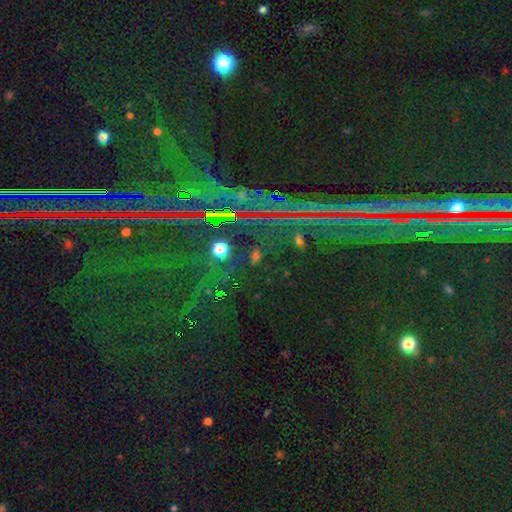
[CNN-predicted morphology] This is likely a star or artifact rather than a galaxy (60%).